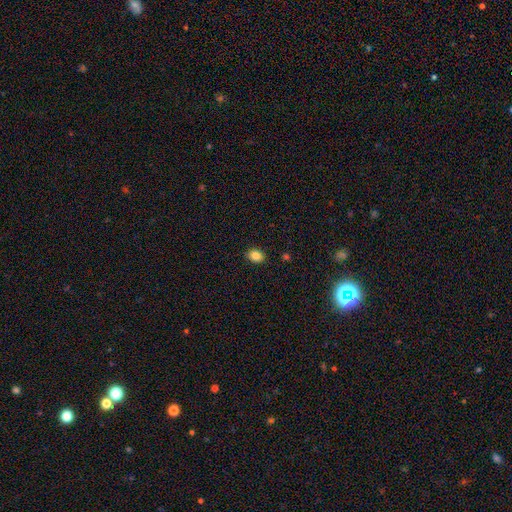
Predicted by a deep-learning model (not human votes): Overall: smooth (85%). How rounded: in between (64%; round 35%). Merging: none (90%).